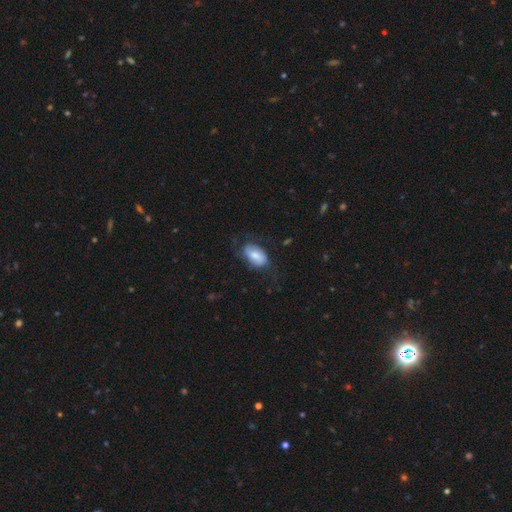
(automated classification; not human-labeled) The model was most divided on "merging": none: 60%, minor disturbance: 24%, major disturbance: 14%, merger: 1%. More confident: how rounded — in between (91%); smooth or featured — smooth (65%).